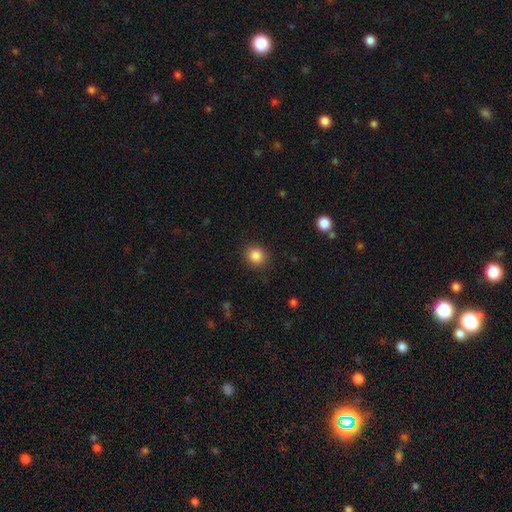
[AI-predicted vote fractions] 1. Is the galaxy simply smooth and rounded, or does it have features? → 85% smooth, 10% star or artifact, 4% featured or disk.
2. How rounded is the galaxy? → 87% round, 12% in between, 1% cigar-shaped.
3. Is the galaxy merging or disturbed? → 90% none, 7% minor disturbance, 2% major disturbance, 1% merger.